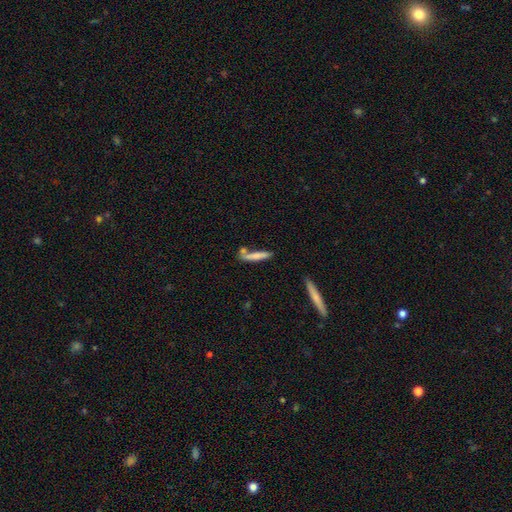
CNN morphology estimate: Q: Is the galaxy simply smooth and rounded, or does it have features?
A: smooth — 73%.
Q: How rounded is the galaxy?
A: cigar-shaped — 89%.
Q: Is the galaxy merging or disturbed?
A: none — 62%.